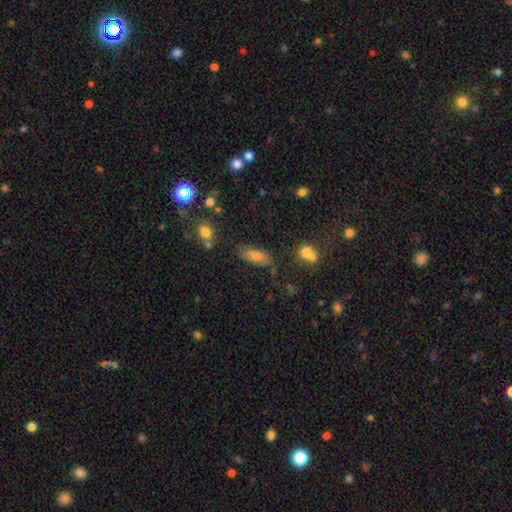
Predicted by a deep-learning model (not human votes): smooth_or_featured: smooth (p=0.71) [alt: featured or disk p=0.18]
how_rounded: in between (p=0.78) [alt: cigar-shaped p=0.18]
merging: none (p=0.71) [alt: minor disturbance p=0.18]